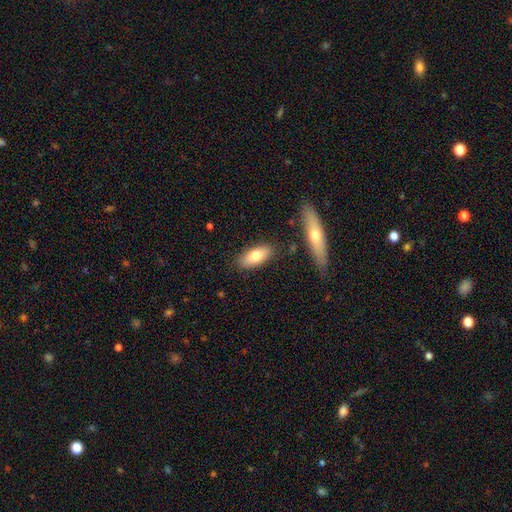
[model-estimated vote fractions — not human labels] Morphology: type=smooth (76%); roundness=in between (85%); merging=none (83%).